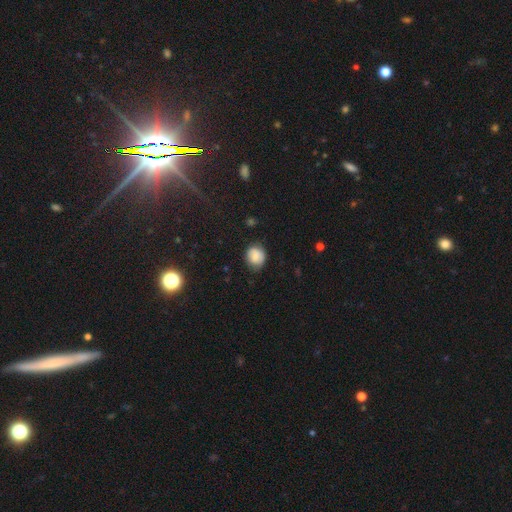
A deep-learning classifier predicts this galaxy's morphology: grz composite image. It shows a smooth galaxy with no disk features (81%) that is round (76%). Merging: none (74%).